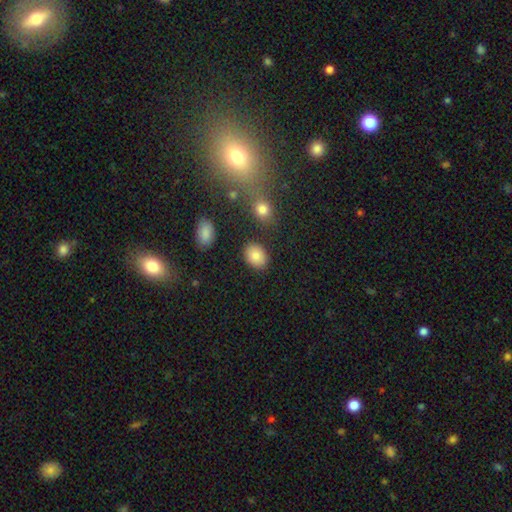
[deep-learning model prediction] smooth-or-featured: smooth: 85% | star or artifact: 9% | featured or disk: 7%
  how-rounded: in between: 64% | round: 35% | cigar-shaped: 1%
  merging: none: 85% | minor disturbance: 9% | merger: 3% | major disturbance: 3%